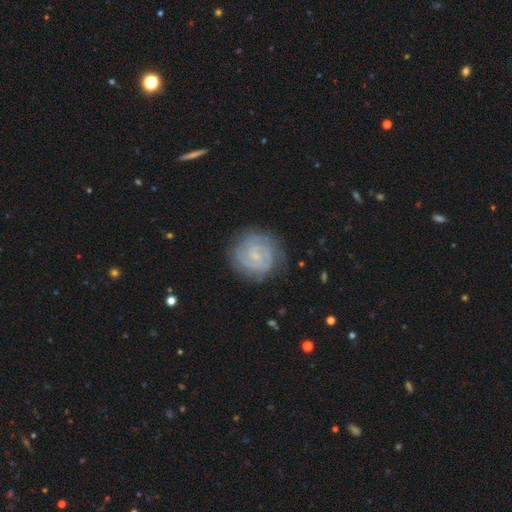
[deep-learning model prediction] featured or disk 83%, smooth 12%, star or artifact 6%. Down the decision tree: edge-on disk — no (98%); bar — no (49%); spiral arms — yes (96%); spiral arm count — 2 (47%); spiral winding — tight (73%); bulge size — small (71%); merging — none (80%).